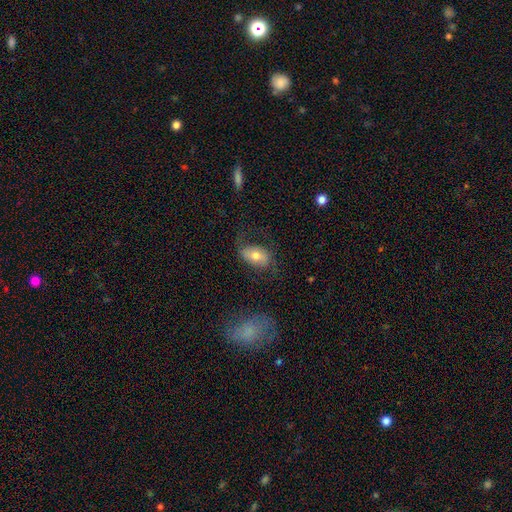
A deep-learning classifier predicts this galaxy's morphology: type=smooth (54%); roundness=in between (89%); merging=none (54%).